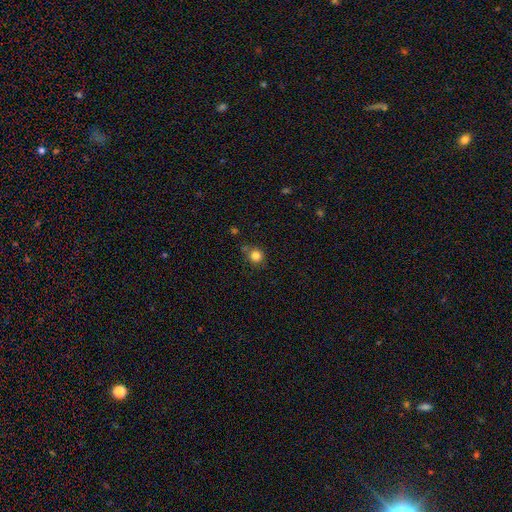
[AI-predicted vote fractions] smooth_or_featured: smooth (p=0.83) [alt: star or artifact p=0.12]
how_rounded: round (p=0.90) [alt: in between p=0.09]
merging: none (p=0.73) [alt: minor disturbance p=0.16]